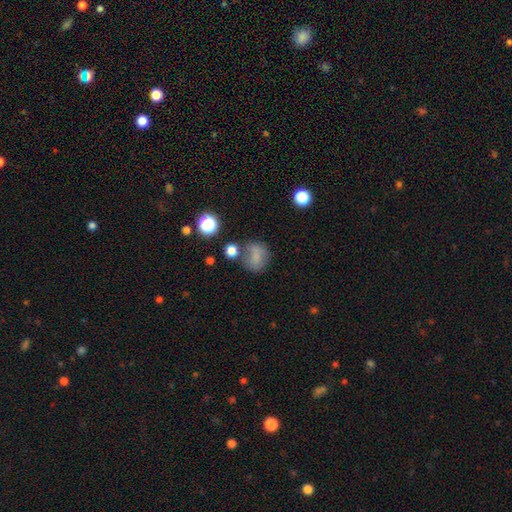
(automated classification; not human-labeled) This appears to be a smooth galaxy with no disk features (72%) that is round (66%). Merging: none (54%).